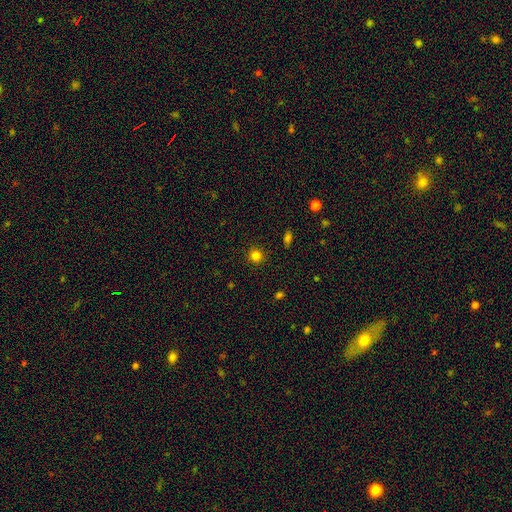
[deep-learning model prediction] A smooth galaxy with no disk features (82%) that is round (92%).

Vote fractions:
- Smooth or featured? smooth: 82% / star or artifact: 14% / featured or disk: 4%
- How rounded? round: 92% / in between: 7% / cigar-shaped: 1%
- Merging? none: 90% / minor disturbance: 6% / major disturbance: 2% / merger: 1%